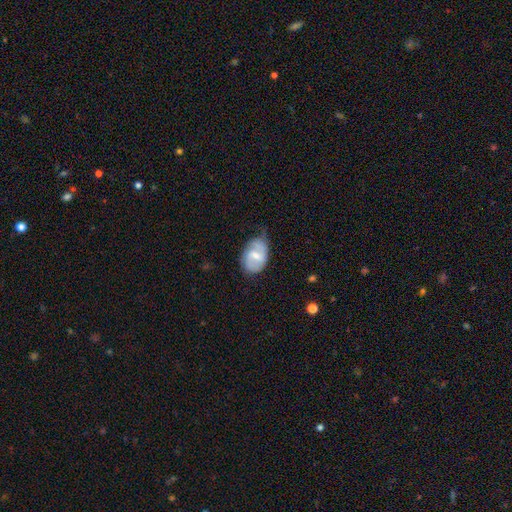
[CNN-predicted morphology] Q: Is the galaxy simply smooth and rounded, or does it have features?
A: featured or disk — 55%.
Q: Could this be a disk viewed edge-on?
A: no — 96%.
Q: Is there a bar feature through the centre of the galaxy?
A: weak — 57%.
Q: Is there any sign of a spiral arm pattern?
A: yes — 76%.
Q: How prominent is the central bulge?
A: moderate — 48%.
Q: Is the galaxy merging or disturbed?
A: none — 44%.